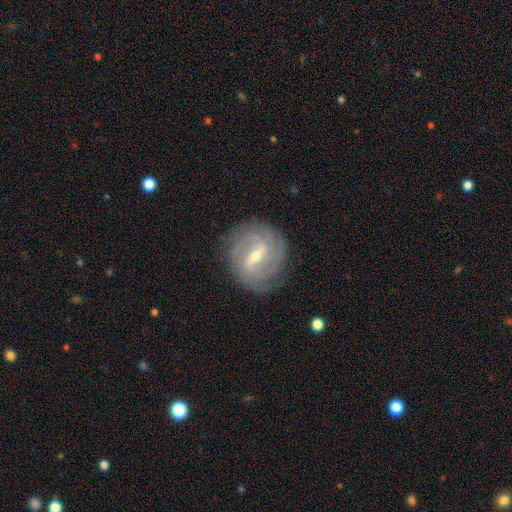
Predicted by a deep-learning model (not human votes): The model was most divided on "bar": weak: 46%, strong: 44%, no: 11%. Remaining: edge-on disk — no (96%); spiral arms — yes (94%); smooth or featured — featured or disk (87%); merging — none (82%); spiral winding — tight (56%); bulge size — small (51%); spiral arm count — 2 (29%).